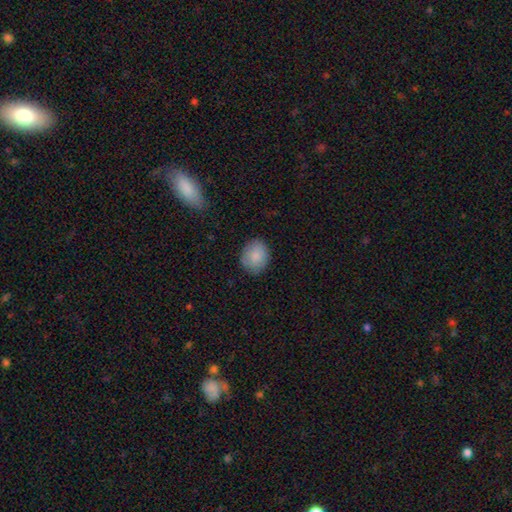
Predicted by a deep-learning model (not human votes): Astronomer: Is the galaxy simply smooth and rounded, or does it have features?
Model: smooth — 84%.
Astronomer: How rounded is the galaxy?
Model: round — 56% (runner-up: in between, 43%).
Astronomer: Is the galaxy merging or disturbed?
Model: none — 82%.